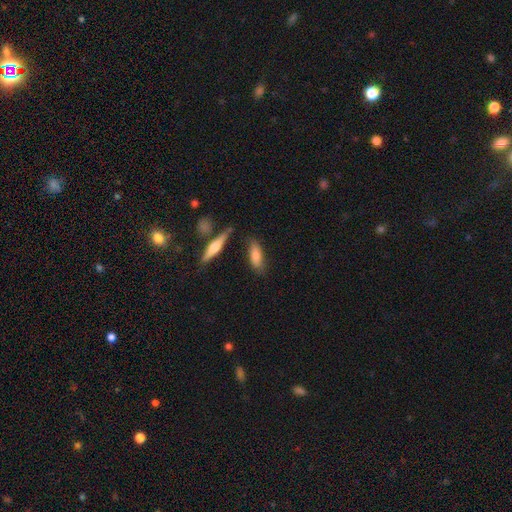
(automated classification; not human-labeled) Smooth or featured?
  - smooth: 77% *
  - featured or disk: 17%
  - star or artifact: 7%
How rounded?
  - in between: 60% *
  - cigar-shaped: 37%
  - round: 3%
Merging?
  - none: 72% *
  - minor disturbance: 18%
  - merger: 6%
  - major disturbance: 4%